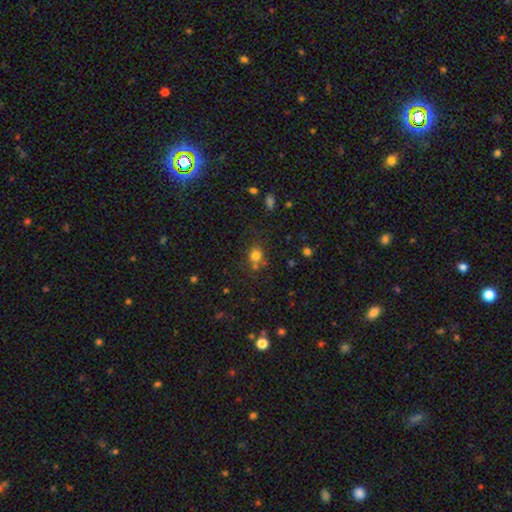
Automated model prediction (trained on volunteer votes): Smooth or featured? smooth (74%)
How rounded? round (75%)
Merging? none (63%)